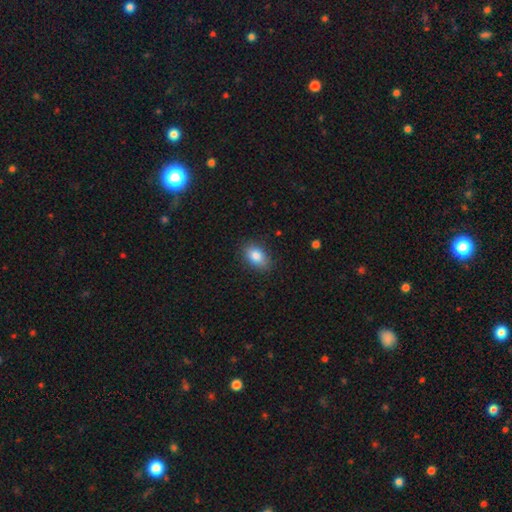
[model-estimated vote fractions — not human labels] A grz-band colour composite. It shows a smooth galaxy with no disk features (84%) that is in between round and cigar-shaped (84%). Merging: none (83%).